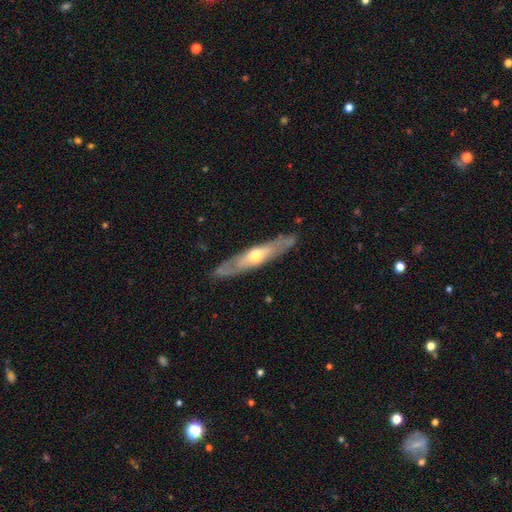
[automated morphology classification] This appears to be a featured or disk galaxy (63%) viewed edge-on (66%). Merging: none (83%).